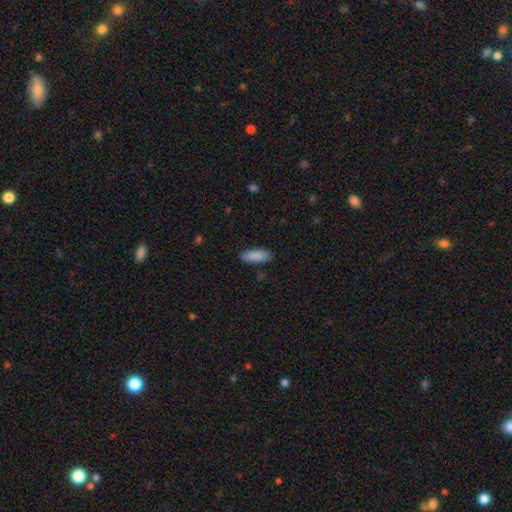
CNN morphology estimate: The model was most divided on "how rounded": in between: 59%, cigar-shaped: 40%, round: 2%. More confident: smooth or featured — smooth (88%); merging — none (85%).